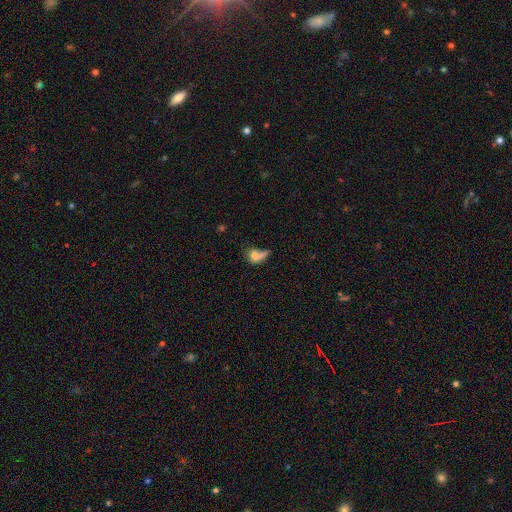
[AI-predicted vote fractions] smooth 63%, featured or disk 24%, star or artifact 13%. Down the decision tree: how rounded — in between (60%); merging — major disturbance (30%).